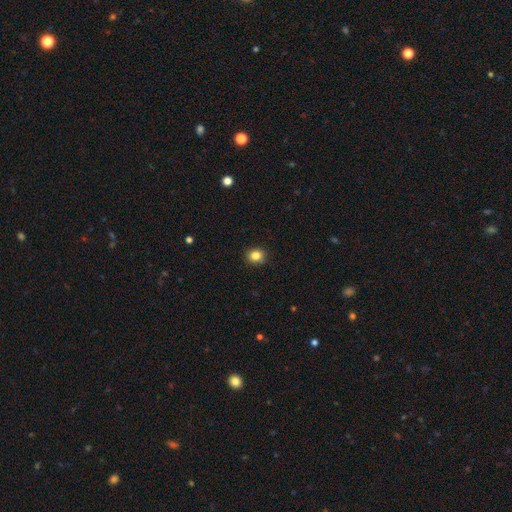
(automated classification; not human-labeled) Morphology: type=smooth (84%); roundness=round (77%); merging=none (90%).